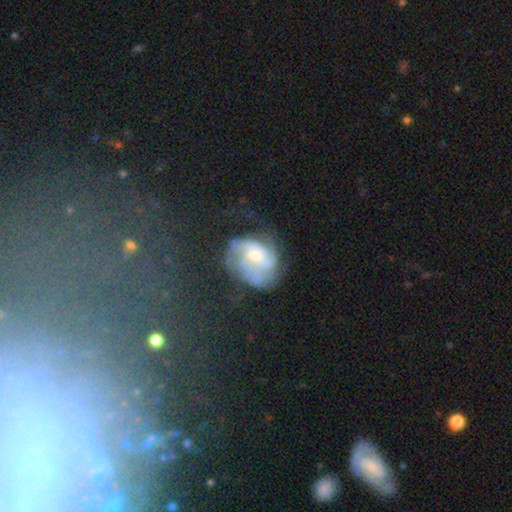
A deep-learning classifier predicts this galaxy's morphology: This is likely a featured or disk galaxy (72%). It is clearly not viewed edge-on (98%). Bar: possibly no (60%). Spiral arm pattern: likely yes (79%). Spiral arm count: marginally can't tell (40%). Spiral winding: marginally medium (40%). Central bulge: marginally small (45%). Merging: marginally none (41%).